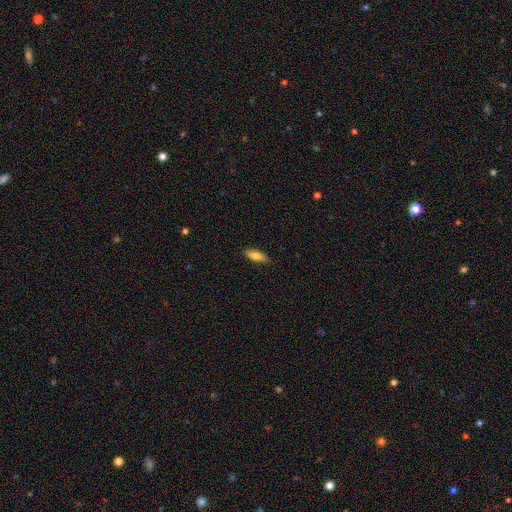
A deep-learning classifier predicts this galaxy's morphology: smooth_or_featured: smooth (p=0.78) [alt: featured or disk p=0.16]
how_rounded: in between (p=0.64) [alt: cigar-shaped p=0.34]
merging: none (p=0.86) [alt: minor disturbance p=0.11]